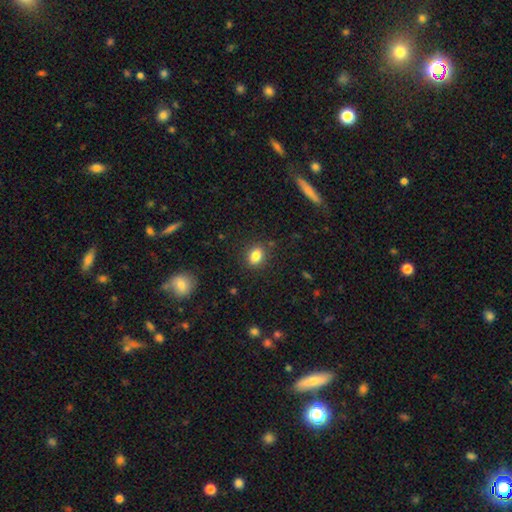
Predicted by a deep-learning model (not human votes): Q: Smooth or featured?
A: smooth (83%); runner-up: star or artifact (11%)
Q: How rounded?
A: in between (58%); runner-up: round (41%)
Q: Merging?
A: none (86%); runner-up: minor disturbance (9%)